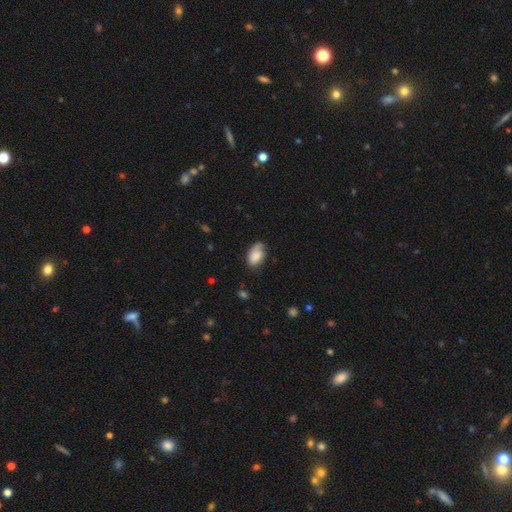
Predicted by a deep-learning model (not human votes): A smooth galaxy with no disk features (75%) that is in between round and cigar-shaped (92%).

Vote fractions:
- Smooth or featured? smooth: 75% / featured or disk: 18% / star or artifact: 7%
- How rounded? in between: 92% / round: 7% / cigar-shaped: 2%
- Merging? none: 57% / minor disturbance: 30% / major disturbance: 10% / merger: 3%